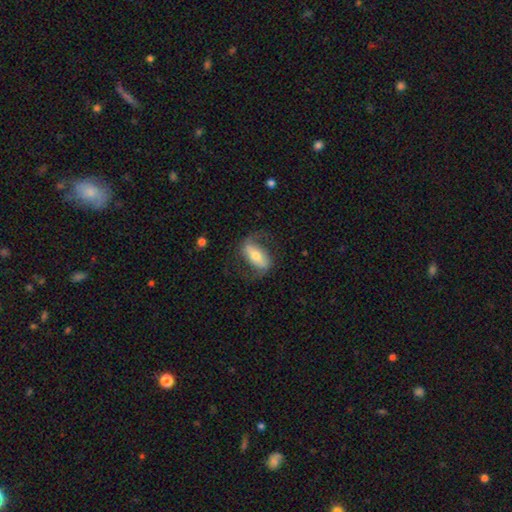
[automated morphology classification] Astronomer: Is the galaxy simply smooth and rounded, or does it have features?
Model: featured or disk — 65%.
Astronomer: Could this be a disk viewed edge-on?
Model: no — 88%.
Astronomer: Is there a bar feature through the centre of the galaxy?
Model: strong — 59%.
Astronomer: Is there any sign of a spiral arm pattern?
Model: yes — 80%.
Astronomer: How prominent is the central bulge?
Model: moderate — 58%.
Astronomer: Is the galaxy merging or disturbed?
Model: none — 68%.